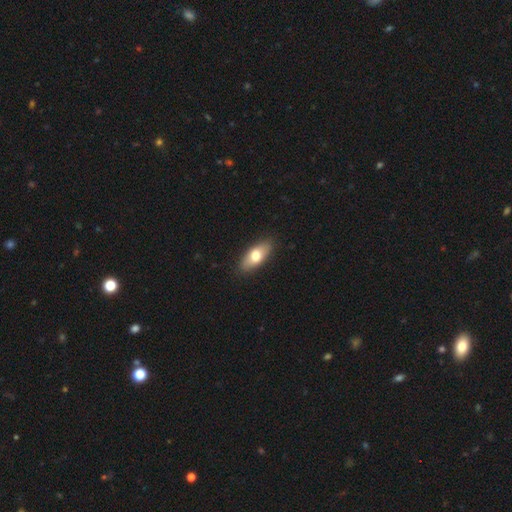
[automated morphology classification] Smooth or featured?
  - smooth: 70% *
  - featured or disk: 24%
  - star or artifact: 6%
How rounded?
  - in between: 80% *
  - cigar-shaped: 16%
  - round: 4%
Merging?
  - none: 88% *
  - minor disturbance: 9%
  - major disturbance: 2%
  - merger: 1%